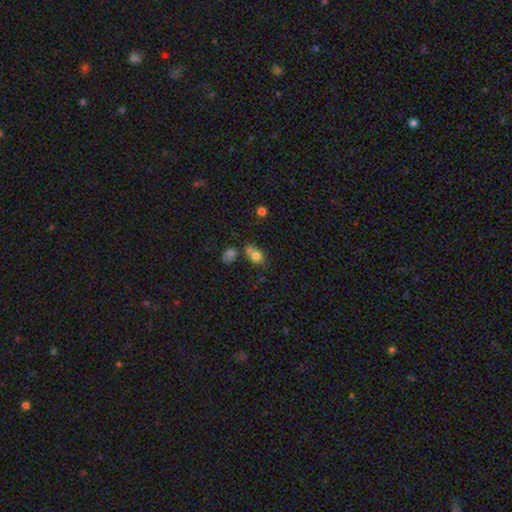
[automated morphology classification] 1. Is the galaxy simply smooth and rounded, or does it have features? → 77% smooth, 12% star or artifact, 11% featured or disk.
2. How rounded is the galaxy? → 54% in between, 44% round, 2% cigar-shaped.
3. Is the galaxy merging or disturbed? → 40% none, 39% merger, 15% minor disturbance, 7% major disturbance.